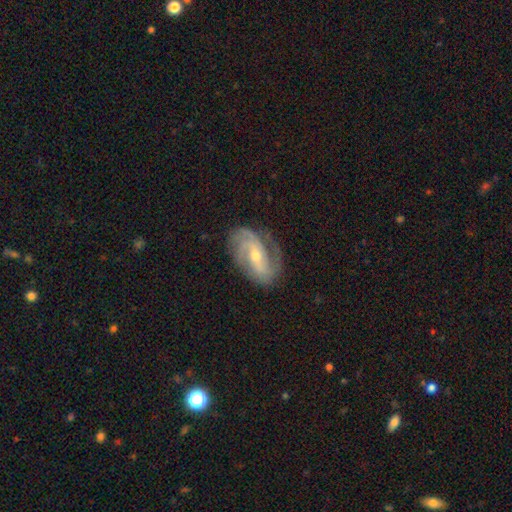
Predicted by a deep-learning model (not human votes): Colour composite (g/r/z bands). It shows a featured or disk galaxy (87%) with no bar (41%), 3 (36%) medium (44%) spiral arms (97%) and a small central bulge (52%). Merging: none (76%).